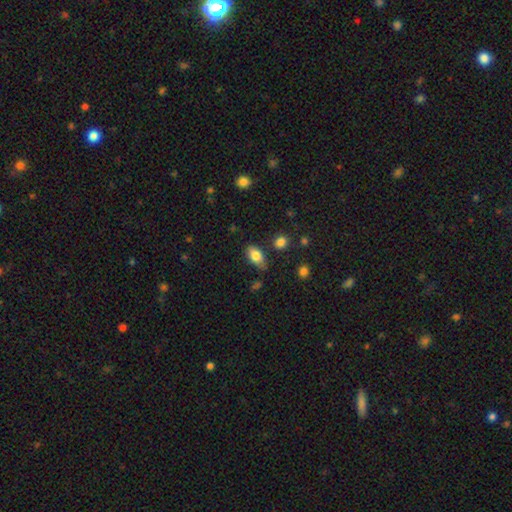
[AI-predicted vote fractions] Smooth or featured?
  - smooth: 81% *
  - featured or disk: 11%
  - star or artifact: 8%
How rounded?
  - in between: 90% *
  - round: 6%
  - cigar-shaped: 4%
Merging?
  - none: 69% *
  - minor disturbance: 22%
  - major disturbance: 5%
  - merger: 4%